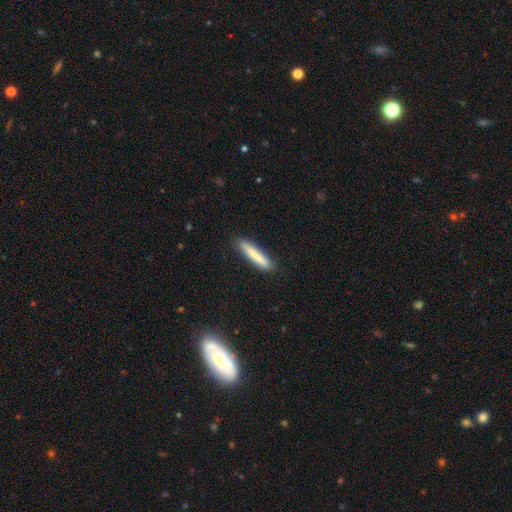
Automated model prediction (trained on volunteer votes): A smooth galaxy with no disk features (82%) that is cigar-shaped (91%). Merging: none (88%).